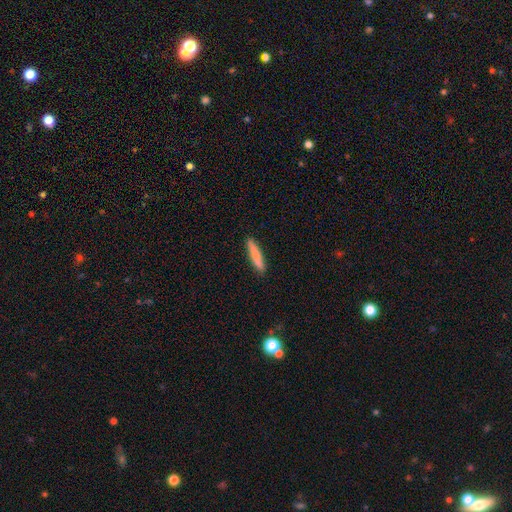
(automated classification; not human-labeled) This appears to be a smooth galaxy with no disk features (81%) that is cigar-shaped (92%). Merging: none (90%).